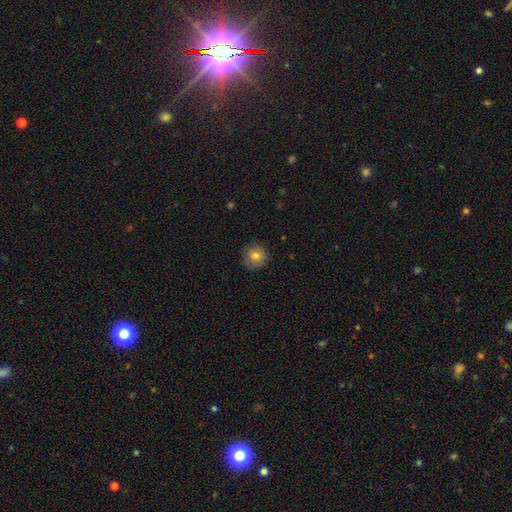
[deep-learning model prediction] A smooth galaxy with no disk features (80%) that is round (94%).

Vote fractions:
- Smooth or featured? smooth: 80% / featured or disk: 11% / star or artifact: 10%
- How rounded? round: 94% / in between: 5% / cigar-shaped: 1%
- Merging? none: 87% / minor disturbance: 10% / major disturbance: 2% / merger: 1%